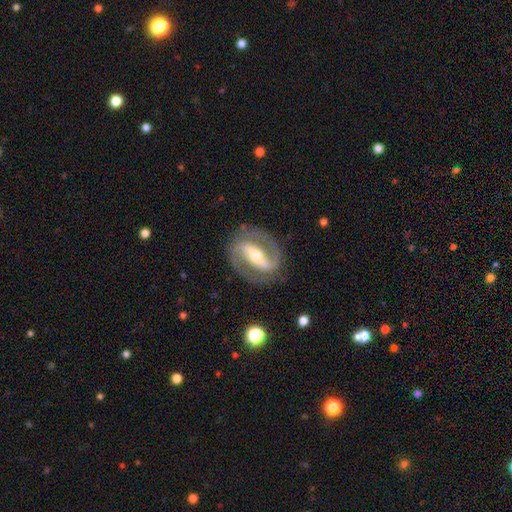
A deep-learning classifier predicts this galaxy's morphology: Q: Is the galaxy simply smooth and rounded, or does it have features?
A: featured or disk — 88%.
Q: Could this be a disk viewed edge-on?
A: no — 95%.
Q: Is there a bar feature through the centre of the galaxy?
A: strong — 69%.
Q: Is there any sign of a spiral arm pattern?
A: yes — 92%.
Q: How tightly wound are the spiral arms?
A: medium — 50%.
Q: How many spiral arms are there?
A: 2 — 91%.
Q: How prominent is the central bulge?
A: moderate — 59%.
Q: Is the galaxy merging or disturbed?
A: none — 84%.